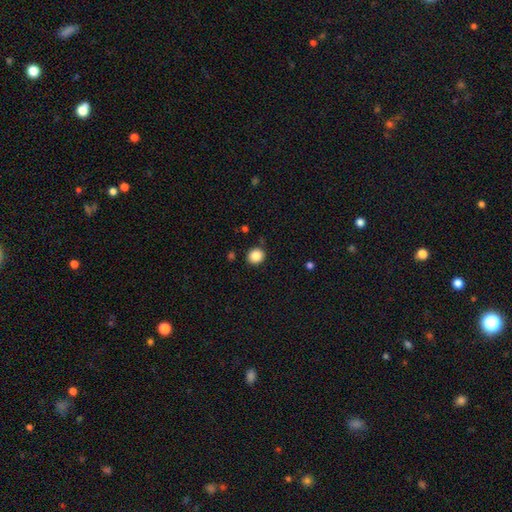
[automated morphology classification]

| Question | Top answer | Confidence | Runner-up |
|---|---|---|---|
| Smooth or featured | smooth | 86% | star or artifact (10%) |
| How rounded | round | 85% | in between (14%) |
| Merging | none | 90% | minor disturbance (6%) |